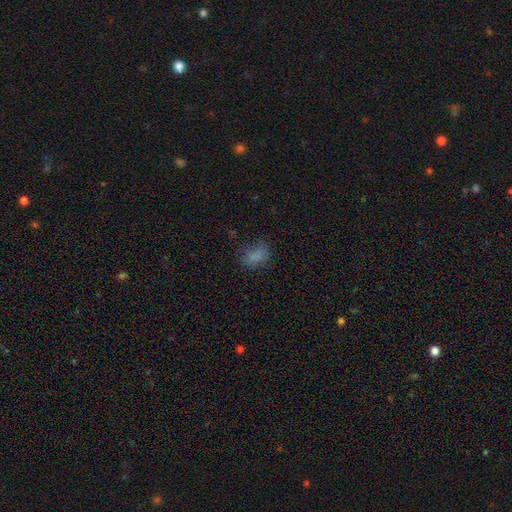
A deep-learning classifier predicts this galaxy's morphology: smooth_or_featured: smooth (p=0.76) [alt: star or artifact p=0.15]
how_rounded: in between (p=0.77) [alt: round p=0.21]
merging: none (p=0.62) [alt: minor disturbance p=0.24]